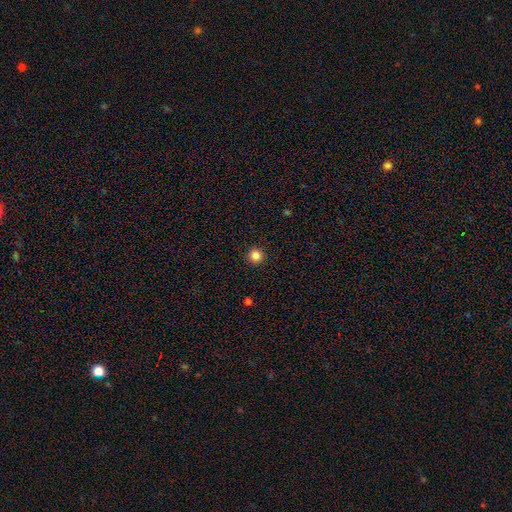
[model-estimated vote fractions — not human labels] This appears to be a smooth galaxy with no disk features (85%) that is round (96%). Merging: none (93%).